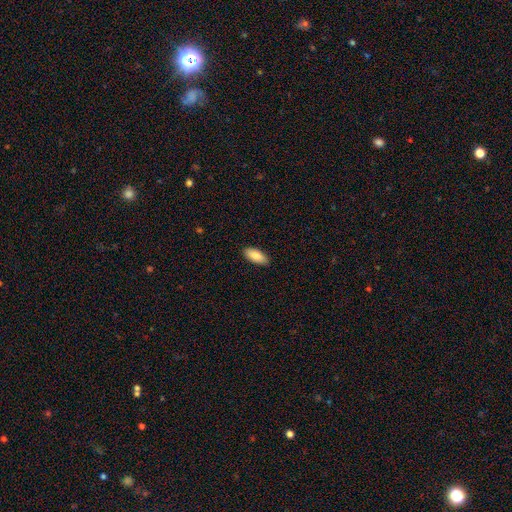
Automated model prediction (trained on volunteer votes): This is clearly a smooth galaxy (87%). How rounded: clearly in between (89%). Merging: clearly none (88%).